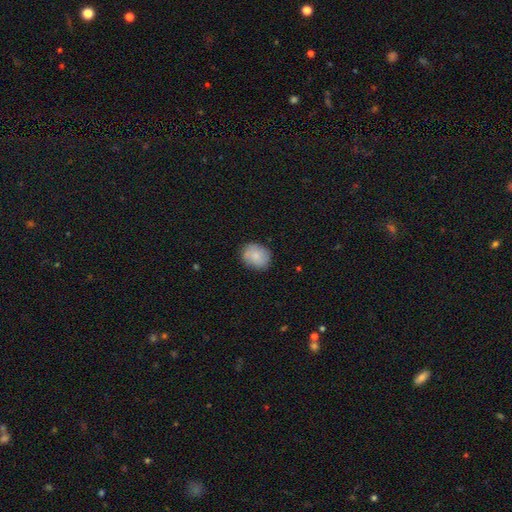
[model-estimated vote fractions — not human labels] smooth_or_featured: smooth (p=0.79) [alt: featured or disk p=0.15]
how_rounded: round (p=0.53) [alt: in between p=0.46]
merging: none (p=0.75) [alt: minor disturbance p=0.19]